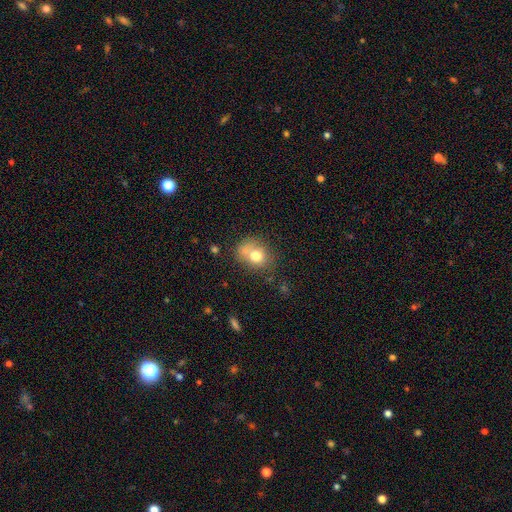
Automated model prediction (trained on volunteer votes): A smooth galaxy with no disk features (74%) that is round (62%).

Vote fractions:
- Smooth or featured? smooth: 74% / featured or disk: 16% / star or artifact: 11%
- How rounded? round: 62% / in between: 37% / cigar-shaped: 1%
- Merging? none: 48% / merger: 24% / minor disturbance: 19% / major disturbance: 9%